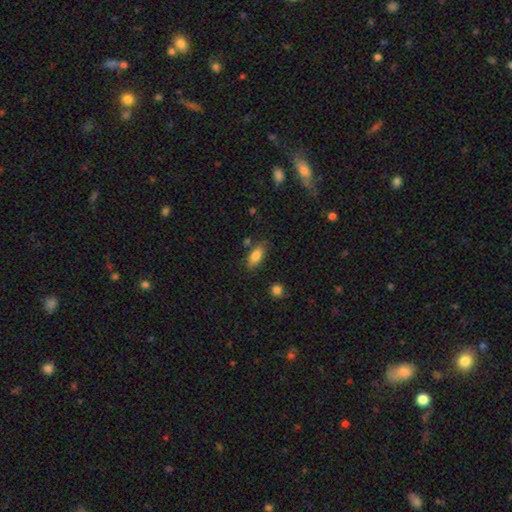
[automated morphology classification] This appears to be a smooth galaxy with no disk features (84%) that is in between round and cigar-shaped (85%). Merging: none (72%).